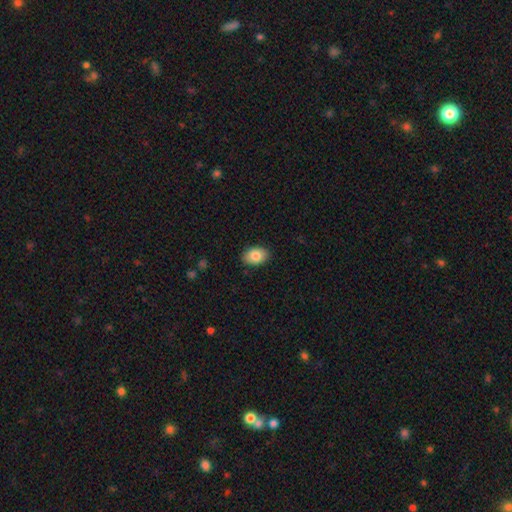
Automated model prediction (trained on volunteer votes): smooth_or_featured: smooth (p=0.85) [alt: featured or disk p=0.08]
how_rounded: in between (p=0.84) [alt: round p=0.15]
merging: none (p=0.88) [alt: minor disturbance p=0.09]